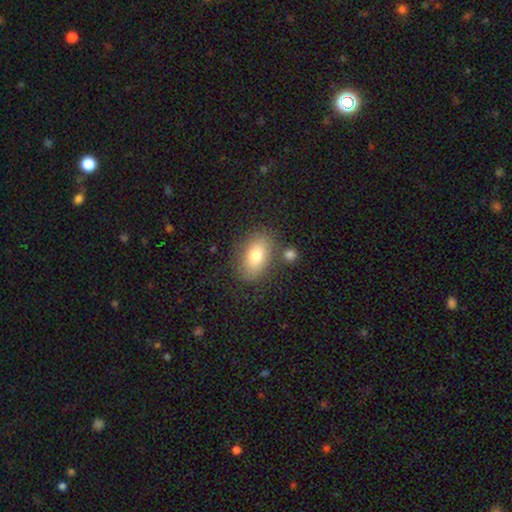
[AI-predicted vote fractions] A smooth galaxy with no disk features (76%) that is in between round and cigar-shaped (87%). Merging: none (76%).